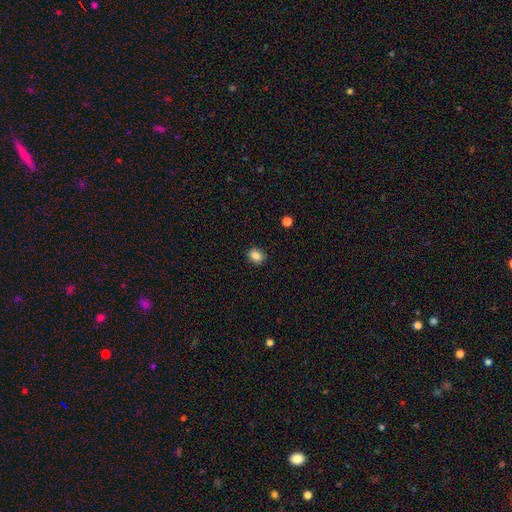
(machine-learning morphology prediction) smooth 85%, star or artifact 10%, featured or disk 5%. Down the decision tree: how rounded — round (54%); merging — none (87%).